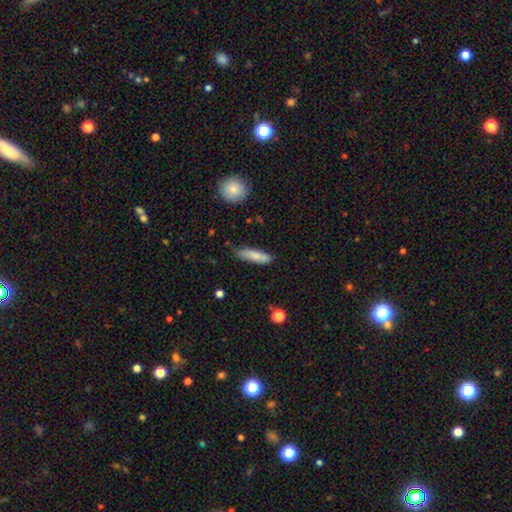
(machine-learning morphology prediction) smooth 81%, featured or disk 12%, star or artifact 6%. Down the decision tree: how rounded — cigar-shaped (66%); merging — none (78%).